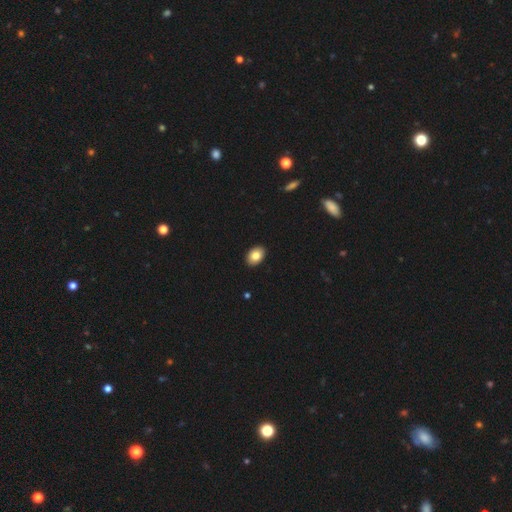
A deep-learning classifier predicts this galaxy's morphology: smooth-or-featured: smooth: 85% | featured or disk: 8% | star or artifact: 7%
  how-rounded: in between: 85% | round: 14% | cigar-shaped: 1%
  merging: none: 91% | minor disturbance: 6% | major disturbance: 1% | merger: 1%